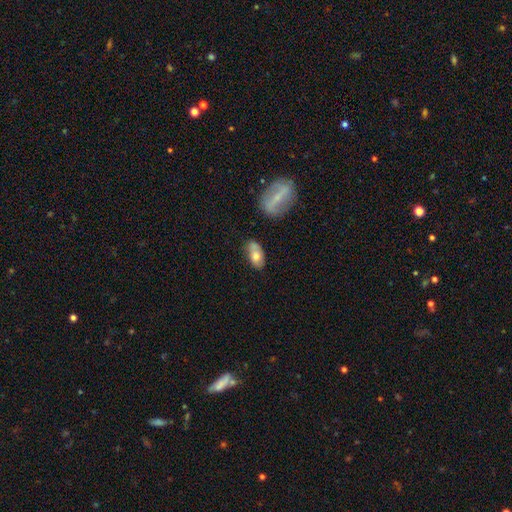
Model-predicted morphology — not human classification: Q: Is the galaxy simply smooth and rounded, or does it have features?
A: smooth — 67%.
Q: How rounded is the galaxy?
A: in between — 88%.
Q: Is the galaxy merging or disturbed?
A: none — 57%.